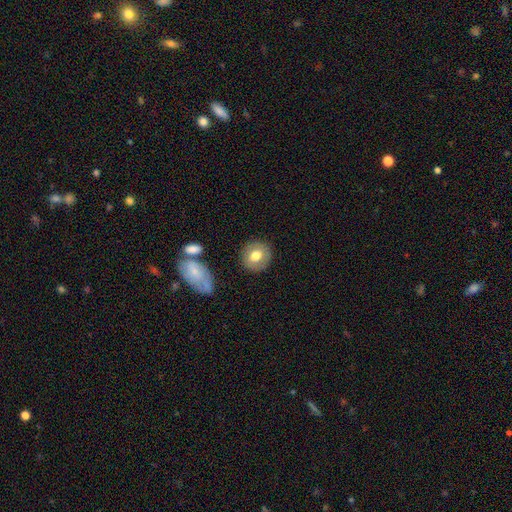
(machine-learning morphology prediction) smooth-or-featured: smooth: 68% | featured or disk: 24% | star or artifact: 7%
  how-rounded: round: 86% | in between: 13% | cigar-shaped: 1%
  merging: none: 86% | minor disturbance: 9% | major disturbance: 3% | merger: 3%